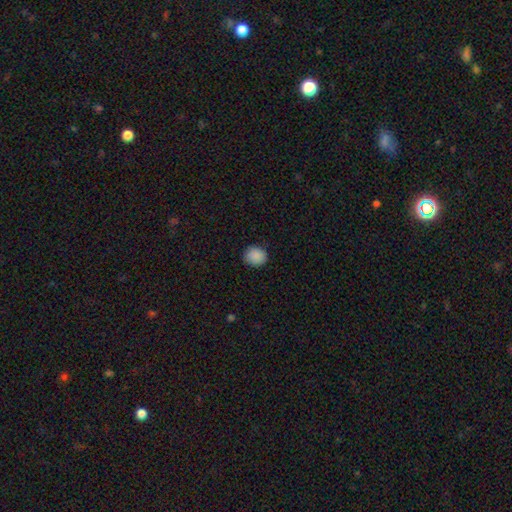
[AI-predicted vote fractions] Overall: smooth (89%). How rounded: round (75%). Merging: none (86%).